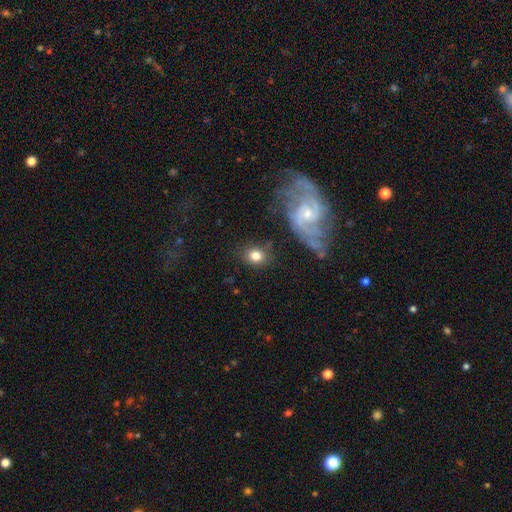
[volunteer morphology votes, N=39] smooth-or-featured: smooth: 72% | featured or disk: 26% | star or artifact: 3%
  how-rounded: round: 57% | in between: 43% | cigar-shaped: 0%
  merging: none: 68% | minor disturbance: 21% | major disturbance: 5% | merger: 5%